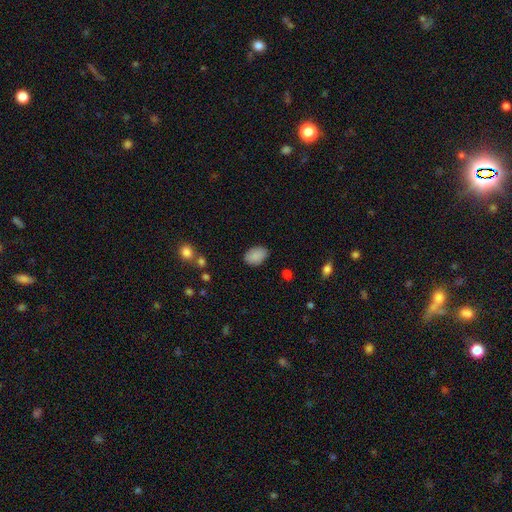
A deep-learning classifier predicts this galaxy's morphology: This appears to be a smooth galaxy with no disk features (88%) that is in between round and cigar-shaped (86%). Merging: none (85%).